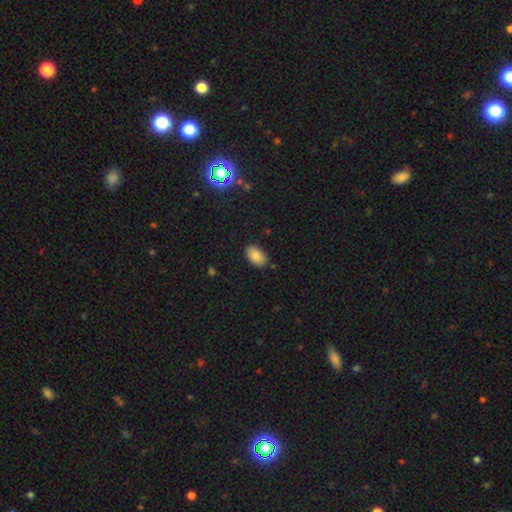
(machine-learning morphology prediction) smooth_or_featured: smooth (p=0.85) [alt: star or artifact p=0.09]
how_rounded: in between (p=0.92) [alt: round p=0.07]
merging: none (p=0.86) [alt: minor disturbance p=0.10]